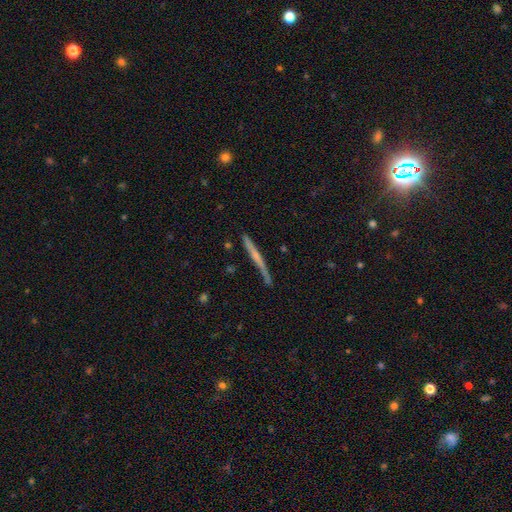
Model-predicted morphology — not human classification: A featured or disk galaxy (59%) viewed edge-on (97%) with no central bulge (58%).

Vote fractions:
- Smooth or featured? featured or disk: 59% / smooth: 34% / star or artifact: 7%
- Edge-on disk? yes: 97% / no: 3%
- Edge-on bulge? none: 58% / rounded: 33% / boxy: 9%
- Merging? none: 81% / minor disturbance: 14% / major disturbance: 3% / merger: 3%